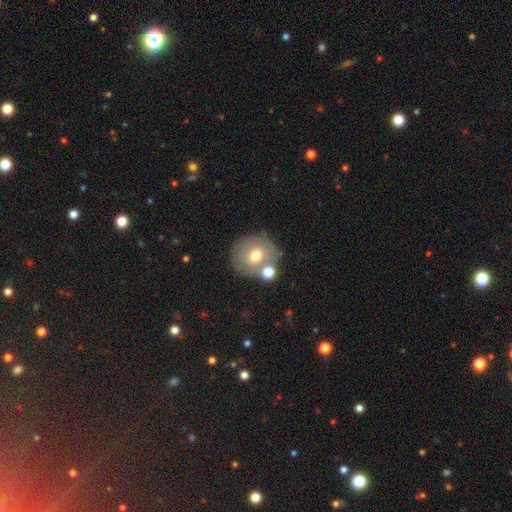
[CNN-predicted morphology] Smooth or featured?
  - smooth: 66% *
  - featured or disk: 24%
  - star or artifact: 10%
How rounded?
  - round: 84% *
  - in between: 15%
  - cigar-shaped: 1%
Merging?
  - none: 61% *
  - merger: 20%
  - minor disturbance: 13%
  - major disturbance: 5%